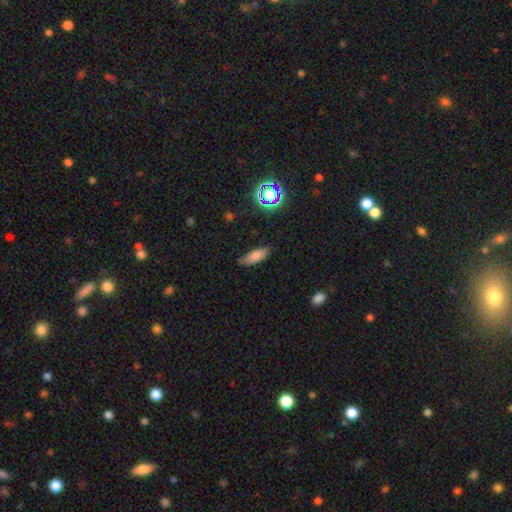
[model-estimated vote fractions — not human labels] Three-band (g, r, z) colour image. It shows a smooth galaxy with no disk features (78%) that is in between round and cigar-shaped (71%). Merging: none (77%).